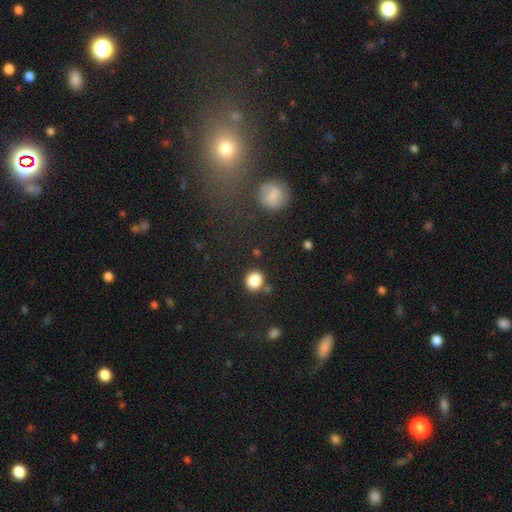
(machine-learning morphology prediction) A star or artifact, not a galaxy (46%).